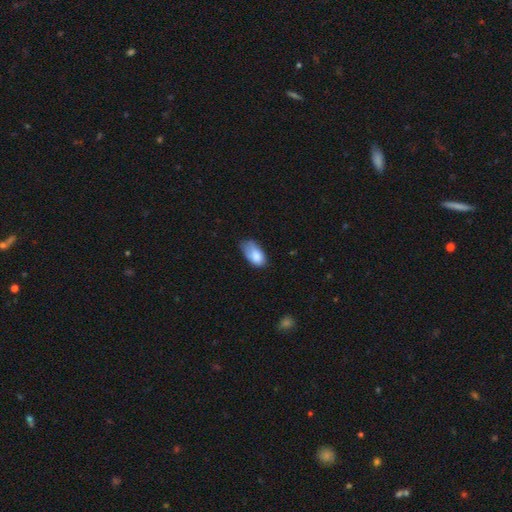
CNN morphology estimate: Smooth or featured? Predicted: smooth (p=0.82). How rounded? Predicted: in between (p=0.94). Merging? Predicted: minor disturbance (p=0.45).